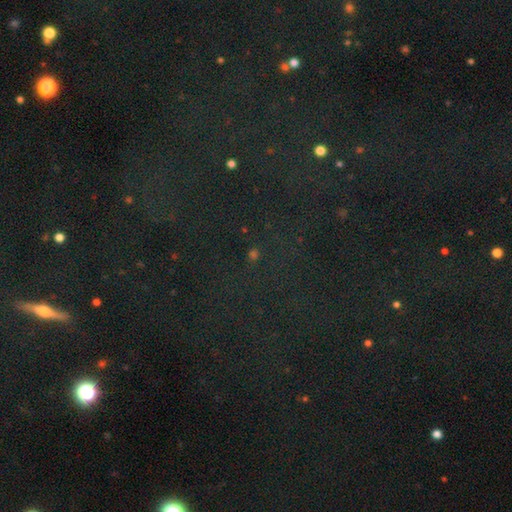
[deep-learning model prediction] Q: Smooth or featured?
A: star or artifact (75%); runner-up: smooth (17%)